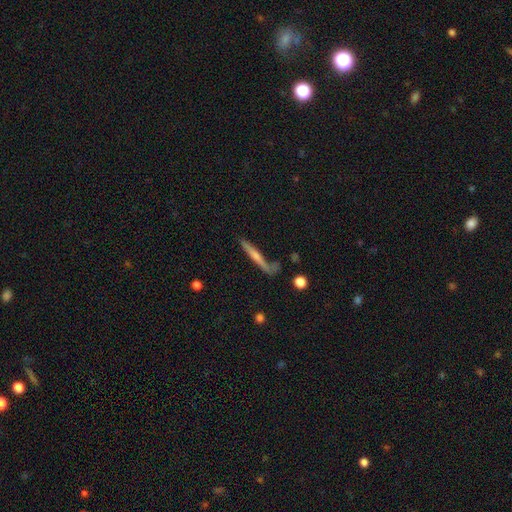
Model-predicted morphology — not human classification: A featured or disk galaxy (56%) viewed edge-on (81%).

Vote fractions:
- Smooth or featured? featured or disk: 56% / smooth: 30% / star or artifact: 14%
- Edge-on disk? yes: 81% / no: 19%
- Merging? none: 64% / minor disturbance: 18% / major disturbance: 10% / merger: 9%